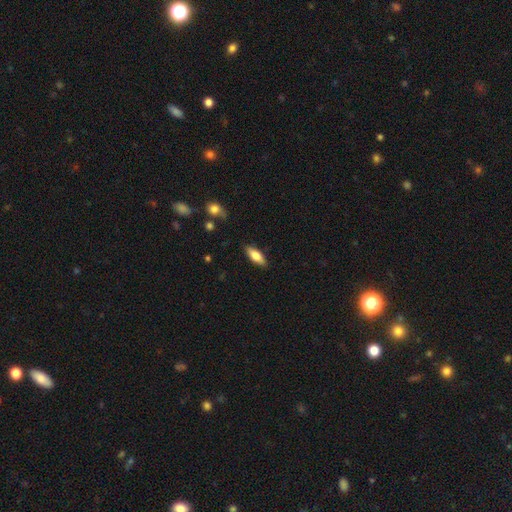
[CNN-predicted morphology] smooth-or-featured: smooth: 75% | featured or disk: 19% | star or artifact: 6%
  how-rounded: in between: 69% | cigar-shaped: 29% | round: 2%
  merging: none: 86% | minor disturbance: 11% | major disturbance: 2% | merger: 1%